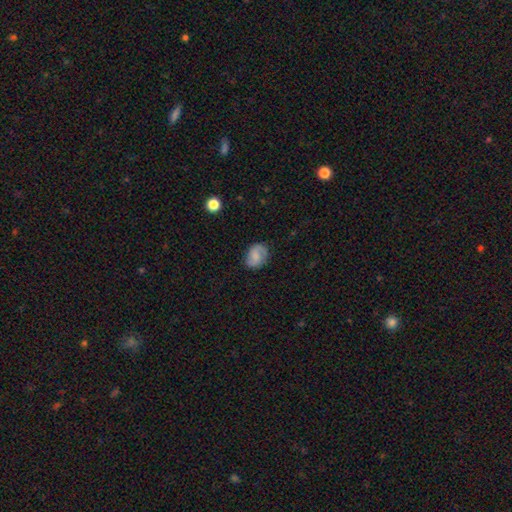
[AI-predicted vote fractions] Smooth or featured: smooth — 46% (featured or disk — 45%)
Merging: none — 77% (minor disturbance — 17%)